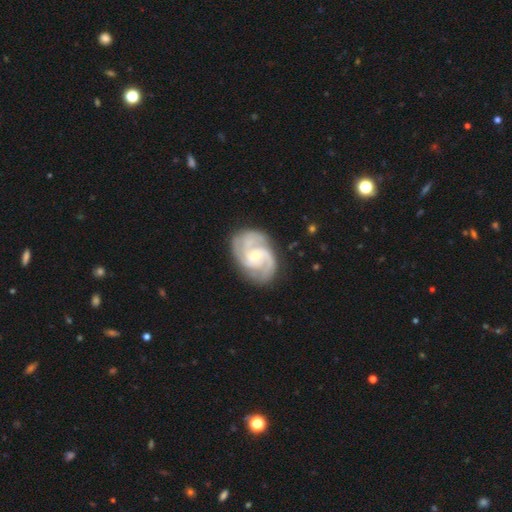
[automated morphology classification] This is clearly a featured or disk galaxy (90%). It is clearly not viewed edge-on (98%). Bar: possibly weak (46%). Spiral arm pattern: clearly yes (98%). Spiral arm count: marginally 3 (40%). Spiral winding: possibly tight (46%, tied with medium). Central bulge: possibly small (55%). Merging: likely none (76%).